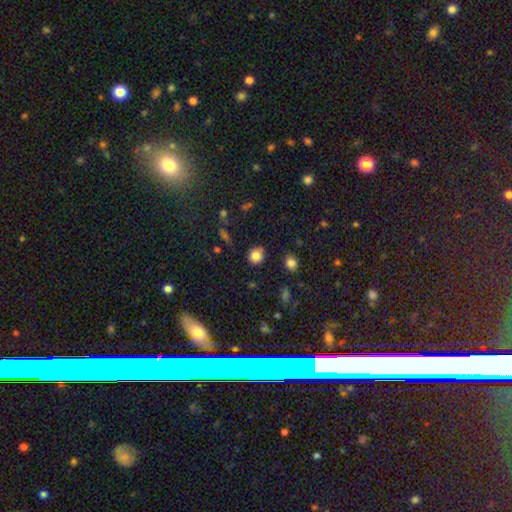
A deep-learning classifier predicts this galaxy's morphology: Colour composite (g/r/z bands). It shows a smooth galaxy with no disk features (84%) that is round (82%). Merging: none (84%).